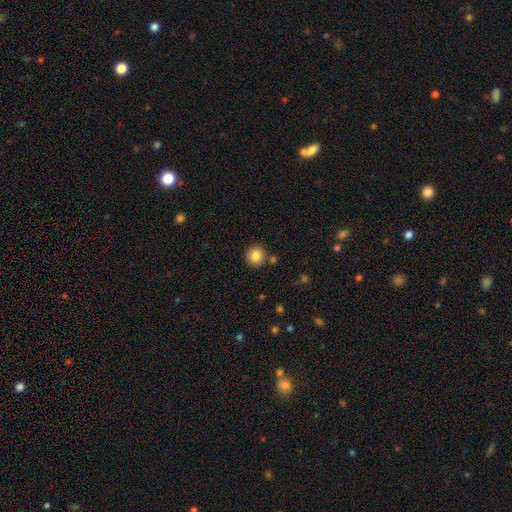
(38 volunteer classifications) smooth-or-featured: smooth: 87% | featured or disk: 8% | star or artifact: 5%
  how-rounded: round: 100% | in between: 0% | cigar-shaped: 0%
  merging: none: 78% | minor disturbance: 14% | merger: 6% | major disturbance: 3%